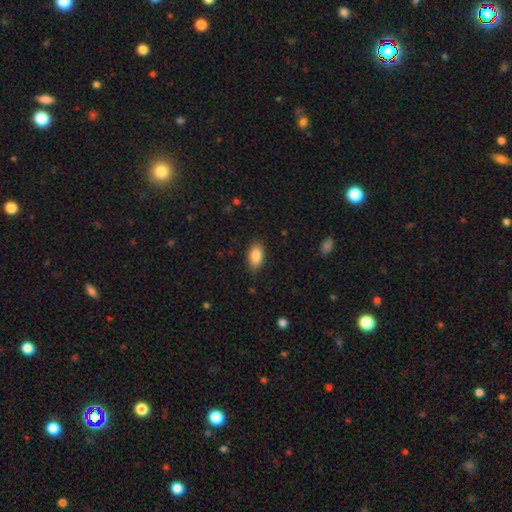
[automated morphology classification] This appears to be a smooth galaxy with no disk features (87%) that is in between round and cigar-shaped (92%). Merging: none (84%).